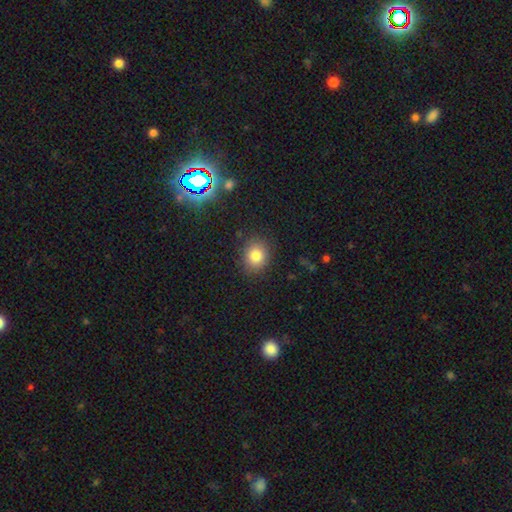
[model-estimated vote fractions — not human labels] smooth-or-featured: smooth: 81% | star or artifact: 11% | featured or disk: 7%
  how-rounded: round: 61% | in between: 38% | cigar-shaped: 1%
  merging: none: 86% | minor disturbance: 10% | major disturbance: 3% | merger: 1%